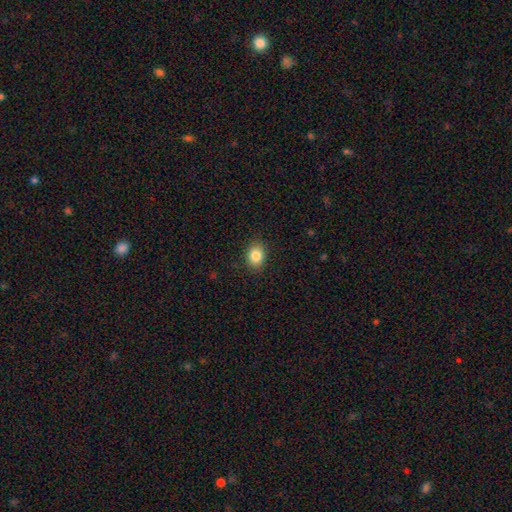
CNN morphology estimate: smooth 85%, star or artifact 9%, featured or disk 5%. Down the decision tree: how rounded — in between (54%); merging — none (87%).